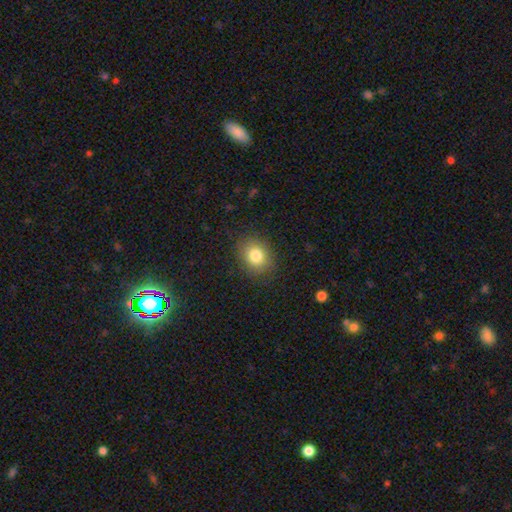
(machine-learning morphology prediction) smooth 82%, star or artifact 10%, featured or disk 8%. Down the decision tree: how rounded — round (60%); merging — none (86%).